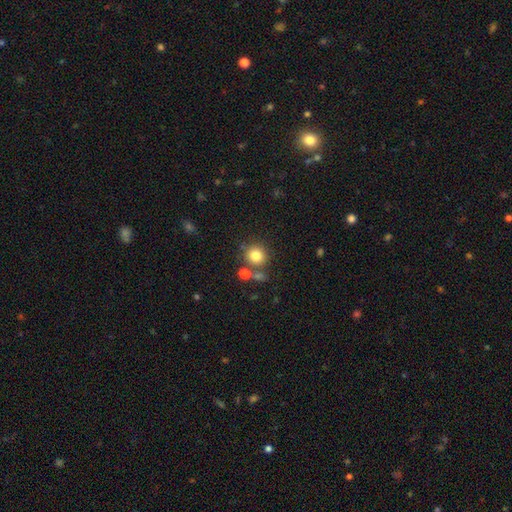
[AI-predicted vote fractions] Morphology: type=smooth (80%); roundness=round (90%); merging=none (70%).